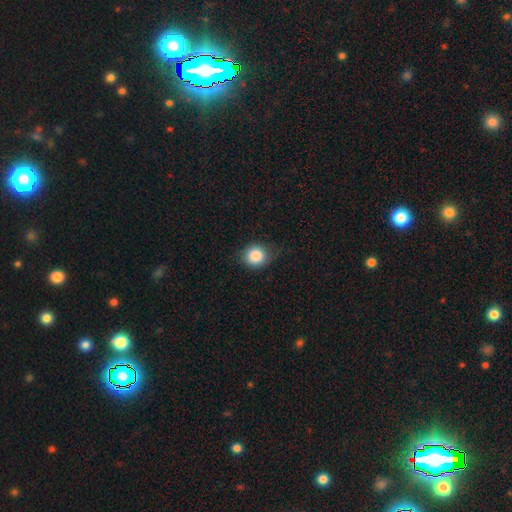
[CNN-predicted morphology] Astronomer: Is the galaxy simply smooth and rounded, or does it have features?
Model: smooth — 85%.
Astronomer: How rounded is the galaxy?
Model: round — 81%.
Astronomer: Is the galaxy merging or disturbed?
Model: none — 77%.